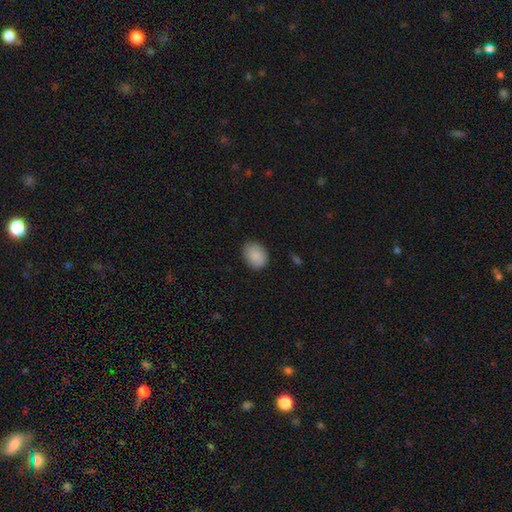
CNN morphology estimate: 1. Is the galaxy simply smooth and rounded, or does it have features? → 87% smooth, 7% star or artifact, 6% featured or disk.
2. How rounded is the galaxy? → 51% in between, 48% round, 1% cigar-shaped.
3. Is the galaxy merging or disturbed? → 84% none, 13% minor disturbance, 3% major disturbance, 1% merger.